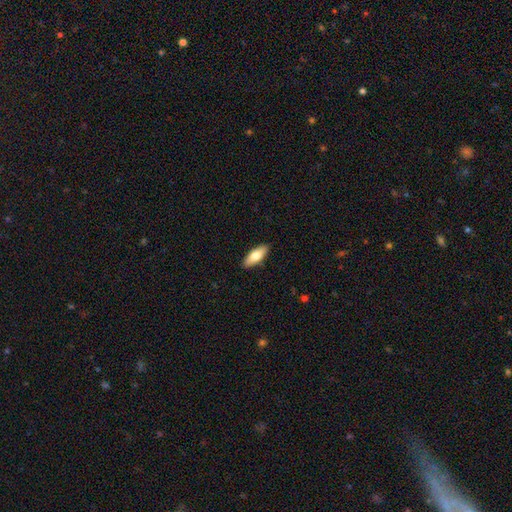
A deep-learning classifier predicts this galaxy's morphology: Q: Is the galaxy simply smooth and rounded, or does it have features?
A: smooth — 70%.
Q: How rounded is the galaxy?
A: in between — 69%.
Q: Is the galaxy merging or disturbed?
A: none — 89%.